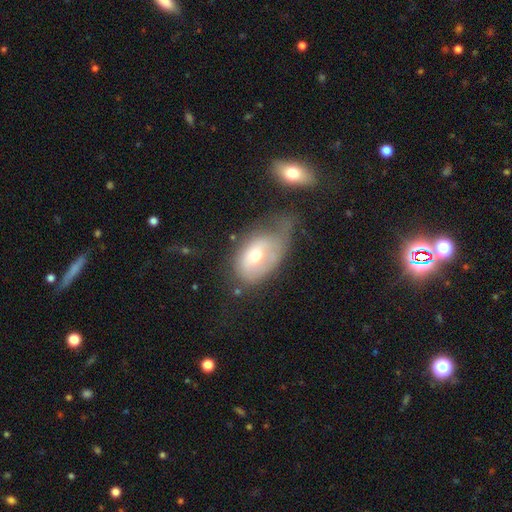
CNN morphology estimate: Smooth or featured? smooth (50%)
How rounded? in between (87%)
Merging? major disturbance (35%)